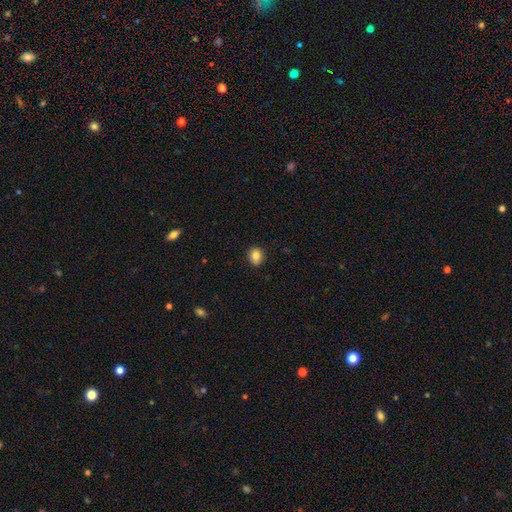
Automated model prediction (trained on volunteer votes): This is clearly a smooth galaxy (84%). How rounded: likely round (68%). Merging: likely none (80%).